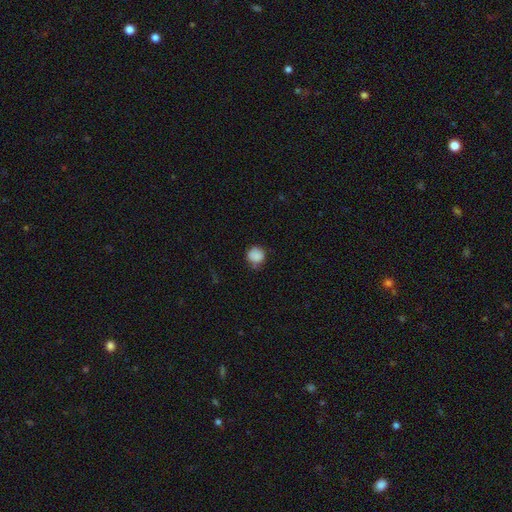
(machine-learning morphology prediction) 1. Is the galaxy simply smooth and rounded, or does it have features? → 87% smooth, 9% star or artifact, 4% featured or disk.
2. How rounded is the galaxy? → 92% round, 7% in between, 1% cigar-shaped.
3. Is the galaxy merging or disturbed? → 74% none, 19% minor disturbance, 4% major disturbance, 2% merger.